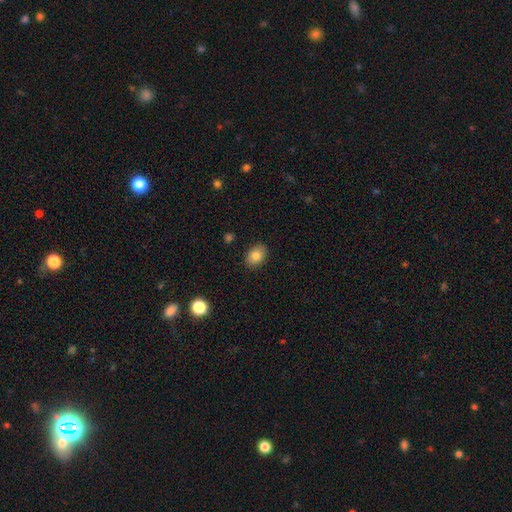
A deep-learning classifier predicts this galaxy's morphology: smooth 83%, featured or disk 9%, star or artifact 9%. Down the decision tree: how rounded — in between (77%); merging — none (88%).